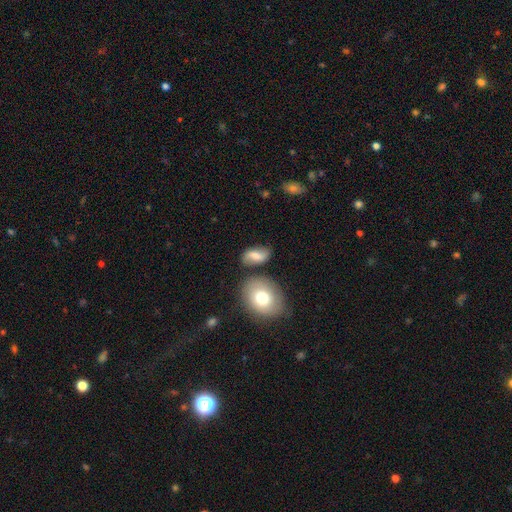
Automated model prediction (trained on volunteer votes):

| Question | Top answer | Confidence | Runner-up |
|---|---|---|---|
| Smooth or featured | smooth | 57% | featured or disk (34%) |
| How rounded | in between | 85% | round (11%) |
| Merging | none | 69% | minor disturbance (17%) |